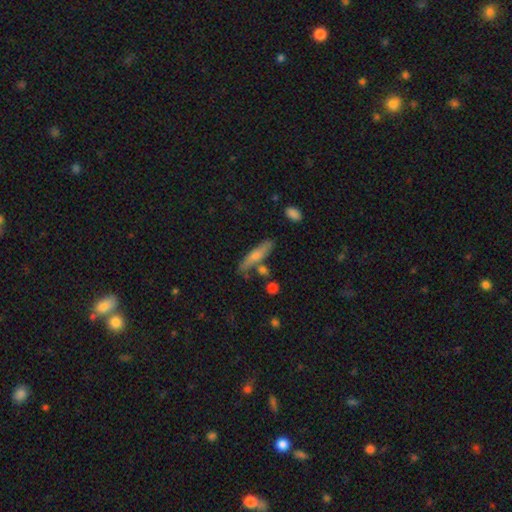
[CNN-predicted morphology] This is likely a smooth galaxy (64%). How rounded: likely cigar-shaped (77%). Merging: likely none (67%).